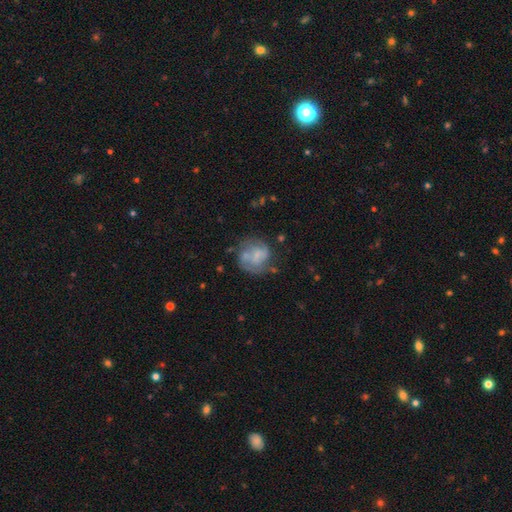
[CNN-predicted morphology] This is possibly a featured or disk galaxy (49%). Merging: possibly none (47%).